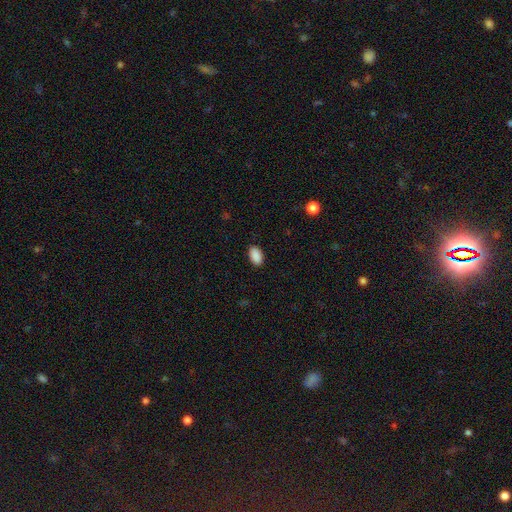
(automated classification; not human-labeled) smooth_or_featured: smooth (p=0.90) [alt: star or artifact p=0.07]
how_rounded: in between (p=0.94) [alt: round p=0.05]
merging: none (p=0.88) [alt: minor disturbance p=0.08]